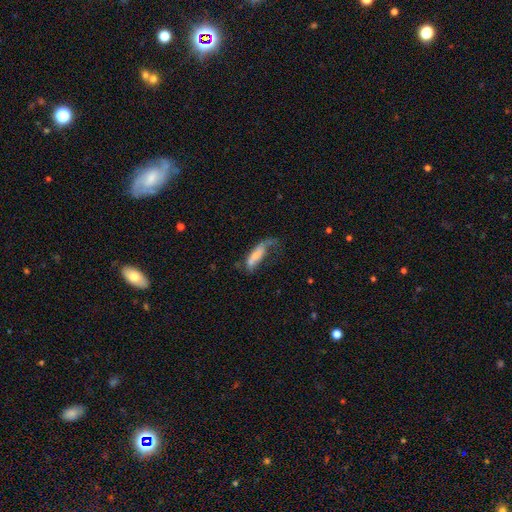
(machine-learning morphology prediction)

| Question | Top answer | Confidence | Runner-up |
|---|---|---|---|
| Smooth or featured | smooth | 57% | featured or disk (36%) |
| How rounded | in between | 49% | tied: cigar-shaped (49%) |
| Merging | major disturbance | 44% | none (26%) |